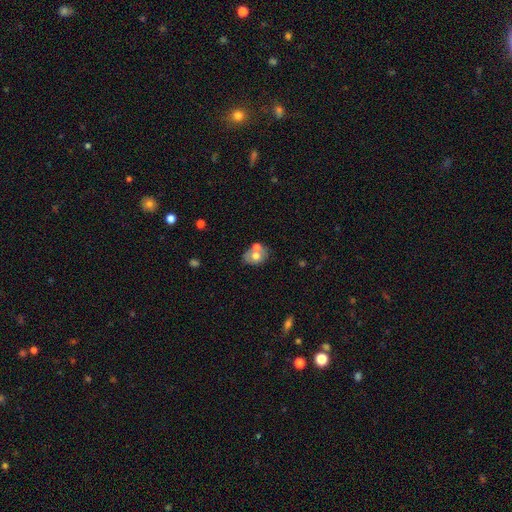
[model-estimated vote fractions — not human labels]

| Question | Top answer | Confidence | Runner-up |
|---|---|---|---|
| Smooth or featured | smooth | 62% | featured or disk (29%) |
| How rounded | in between | 63% | round (36%) |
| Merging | none | 49% | merger (33%) |